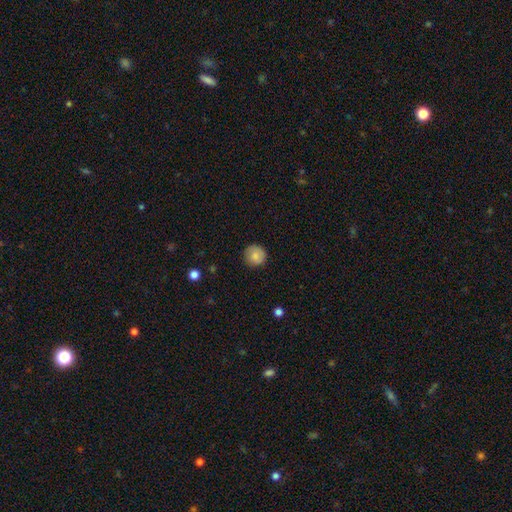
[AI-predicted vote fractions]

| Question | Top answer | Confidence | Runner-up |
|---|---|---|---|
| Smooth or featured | smooth | 82% | featured or disk (11%) |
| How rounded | round | 93% | in between (6%) |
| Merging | none | 84% | minor disturbance (12%) |